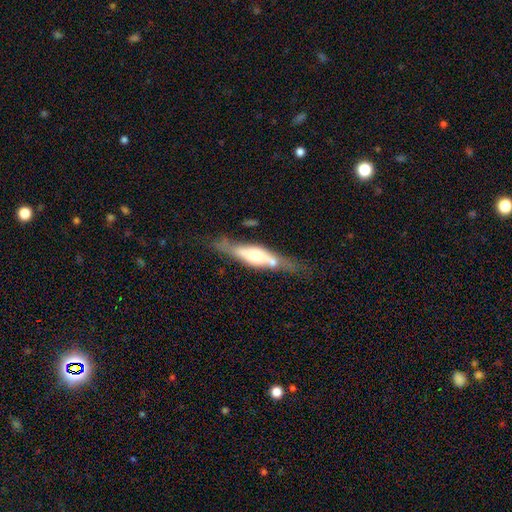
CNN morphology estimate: A featured or disk galaxy (61%) viewed edge-on (74%).

Vote fractions:
- Smooth or featured? featured or disk: 61% / smooth: 34% / star or artifact: 6%
- Edge-on disk? yes: 74% / no: 26%
- Merging? none: 54% / minor disturbance: 23% / merger: 13% / major disturbance: 10%